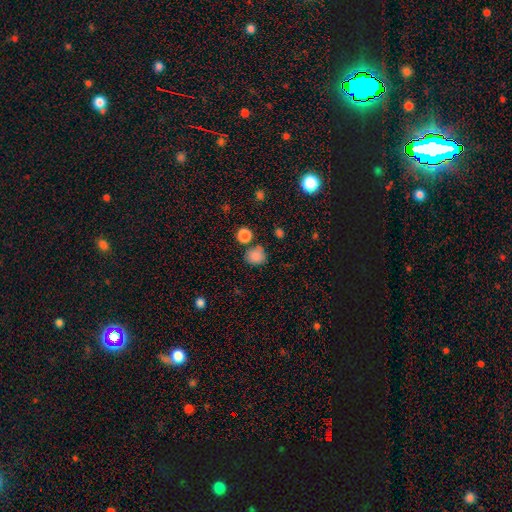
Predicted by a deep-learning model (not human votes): Smooth or featured?
  - smooth: 84% *
  - star or artifact: 11%
  - featured or disk: 5%
How rounded?
  - round: 80% *
  - in between: 19%
  - cigar-shaped: 1%
Merging?
  - none: 70% *
  - minor disturbance: 15%
  - merger: 11%
  - major disturbance: 5%